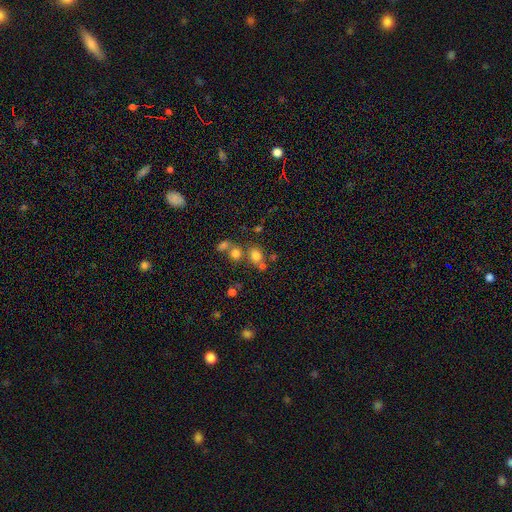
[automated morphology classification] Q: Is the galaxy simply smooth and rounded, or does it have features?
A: smooth — 73%.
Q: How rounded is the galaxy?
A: round — 76%.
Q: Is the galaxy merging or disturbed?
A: none — 59%.